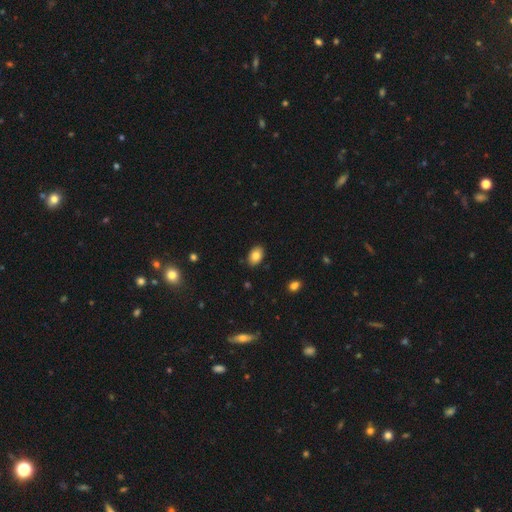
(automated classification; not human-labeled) Morphology: type=smooth (82%); roundness=in between (87%); merging=none (87%).